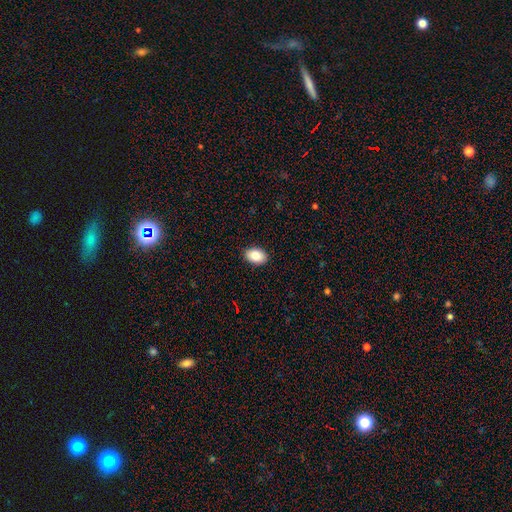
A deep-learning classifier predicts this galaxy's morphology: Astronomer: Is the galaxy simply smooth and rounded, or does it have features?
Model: smooth — 85%.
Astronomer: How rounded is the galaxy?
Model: in between — 86%.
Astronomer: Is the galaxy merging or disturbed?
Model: none — 90%.